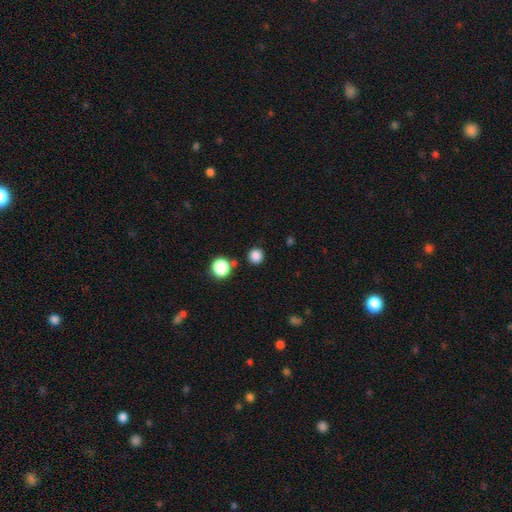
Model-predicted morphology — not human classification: This appears to be a smooth galaxy with no disk features (84%) that is round (93%). Merging: none (86%).